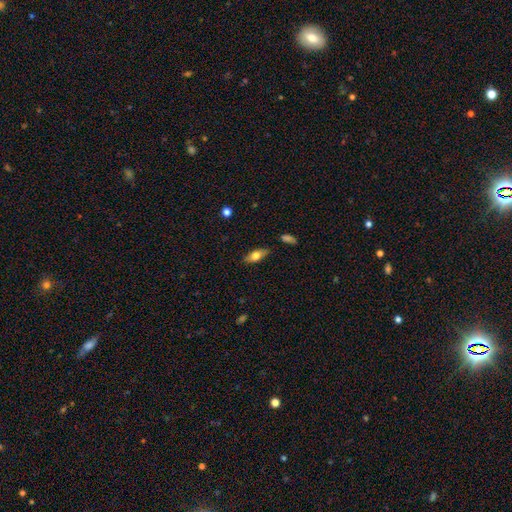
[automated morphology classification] type=smooth (67%); roundness=in between (76%); merging=none (82%).